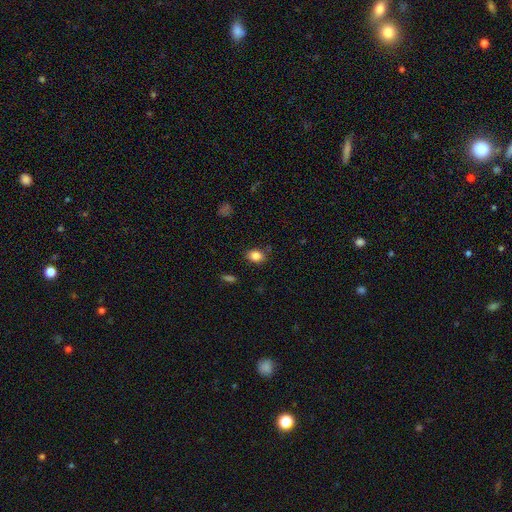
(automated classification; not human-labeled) smooth-or-featured: smooth: 84% | star or artifact: 10% | featured or disk: 6%
  how-rounded: in between: 60% | round: 39% | cigar-shaped: 1%
  merging: none: 78% | minor disturbance: 16% | major disturbance: 4% | merger: 2%